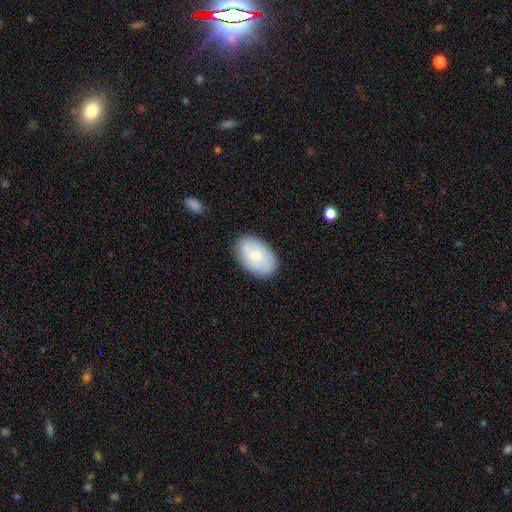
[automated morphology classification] type=smooth (68%); roundness=in between (92%); merging=none (83%).